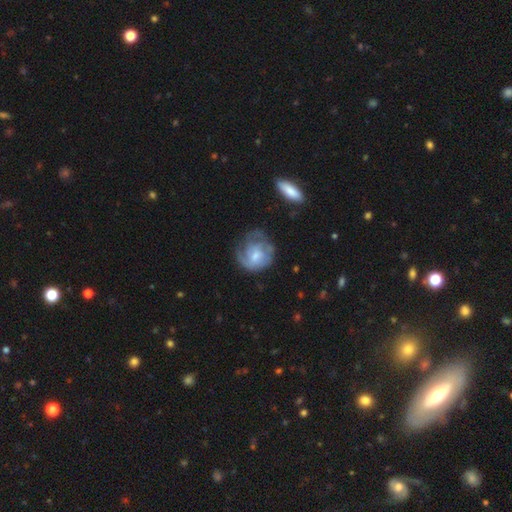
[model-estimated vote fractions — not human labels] A featured or disk galaxy (55%) with no bar (60%), spiral arms (67%) and a moderate central bulge (42%). Merging: none (47%).